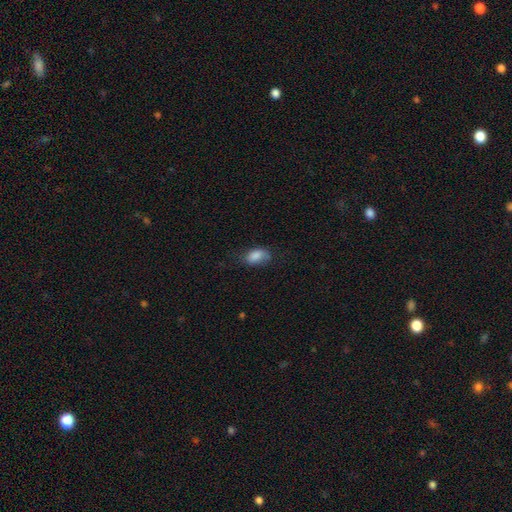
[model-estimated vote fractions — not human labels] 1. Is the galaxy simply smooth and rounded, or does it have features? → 85% smooth, 8% star or artifact, 7% featured or disk.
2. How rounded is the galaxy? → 90% in between, 8% round, 2% cigar-shaped.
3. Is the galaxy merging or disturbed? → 61% none, 28% minor disturbance, 9% major disturbance, 2% merger.